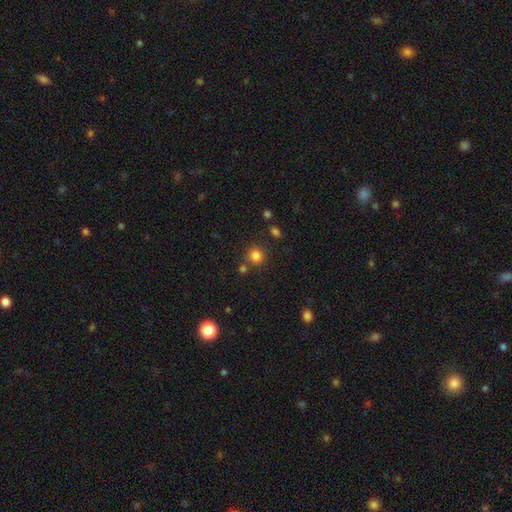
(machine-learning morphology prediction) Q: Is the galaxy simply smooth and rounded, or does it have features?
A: smooth — 81%.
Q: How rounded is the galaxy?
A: round — 90%.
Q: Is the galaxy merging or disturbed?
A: none — 76%.